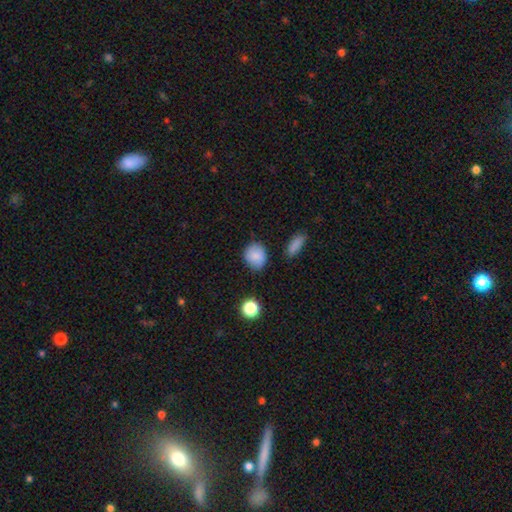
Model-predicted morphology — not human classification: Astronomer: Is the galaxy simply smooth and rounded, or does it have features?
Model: smooth — 84%.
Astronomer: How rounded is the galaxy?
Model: round — 66%.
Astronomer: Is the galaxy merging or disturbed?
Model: none — 75%.